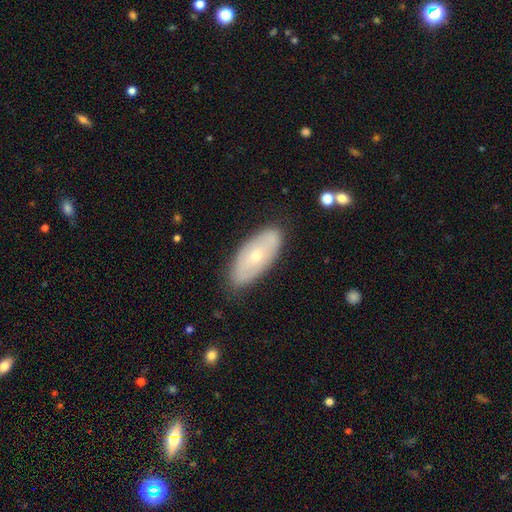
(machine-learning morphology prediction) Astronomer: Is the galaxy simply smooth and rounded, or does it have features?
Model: featured or disk — 48% (runner-up: smooth, 46%).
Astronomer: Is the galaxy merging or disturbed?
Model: none — 81%.